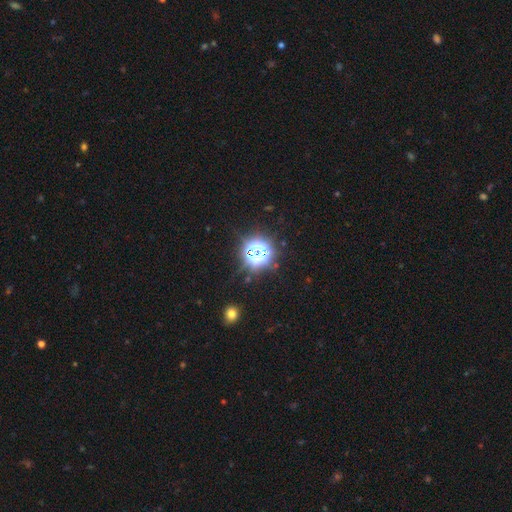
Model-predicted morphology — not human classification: Q: Smooth or featured?
A: star or artifact (72%); runner-up: smooth (18%)